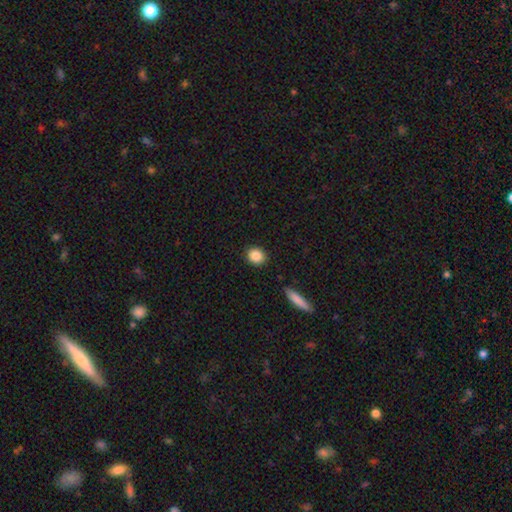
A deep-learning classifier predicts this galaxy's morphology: Smooth or featured?
  - smooth: 87% *
  - star or artifact: 8%
  - featured or disk: 5%
How rounded?
  - round: 72% *
  - in between: 26%
  - cigar-shaped: 2%
Merging?
  - none: 89% *
  - minor disturbance: 7%
  - major disturbance: 2%
  - merger: 2%